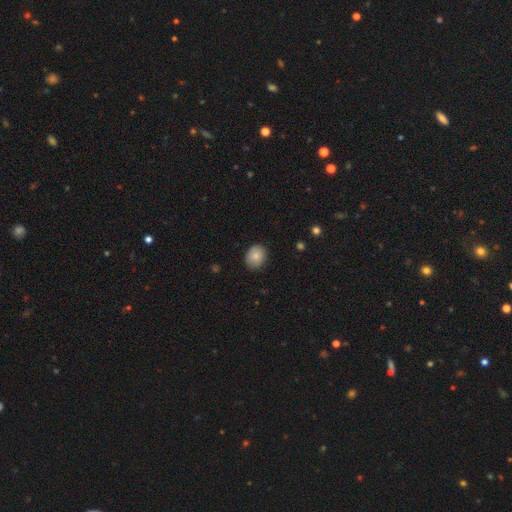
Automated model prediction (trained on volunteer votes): Smooth or featured? smooth (85%)
How rounded? round (57%)
Merging? none (84%)